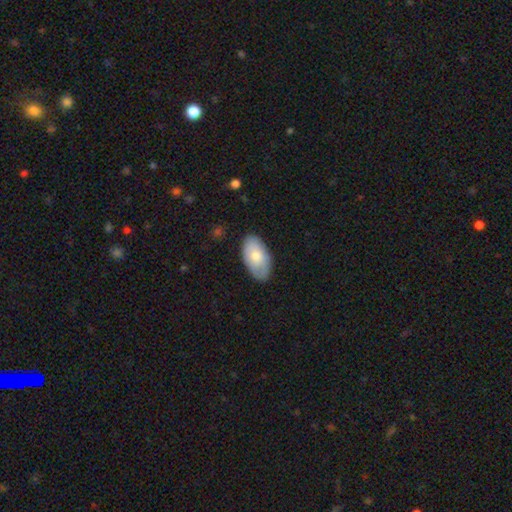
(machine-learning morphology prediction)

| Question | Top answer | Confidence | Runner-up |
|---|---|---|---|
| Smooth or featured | smooth | 70% | featured or disk (25%) |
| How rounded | in between | 95% | round (4%) |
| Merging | none | 79% | minor disturbance (17%) |